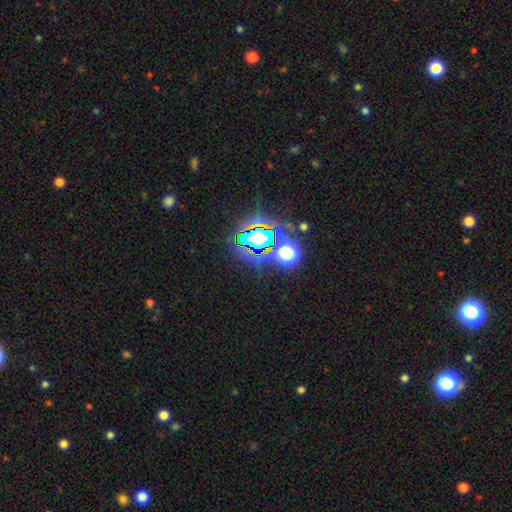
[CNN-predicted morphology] Smooth or featured?
  - star or artifact: 82% *
  - smooth: 11%
  - featured or disk: 7%